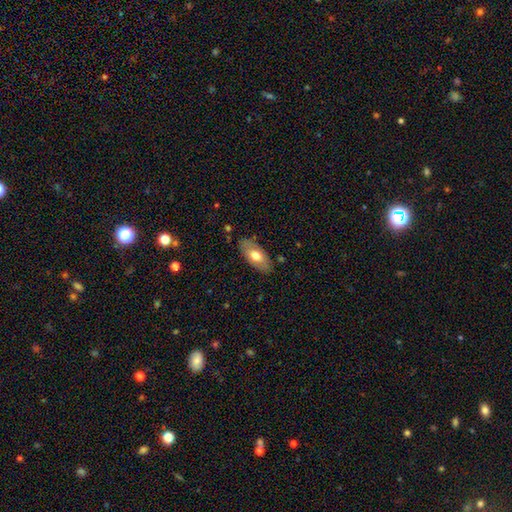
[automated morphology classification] Overall: smooth (62%; featured or disk 32%). How rounded: in between (92%). Merging: none (82%).